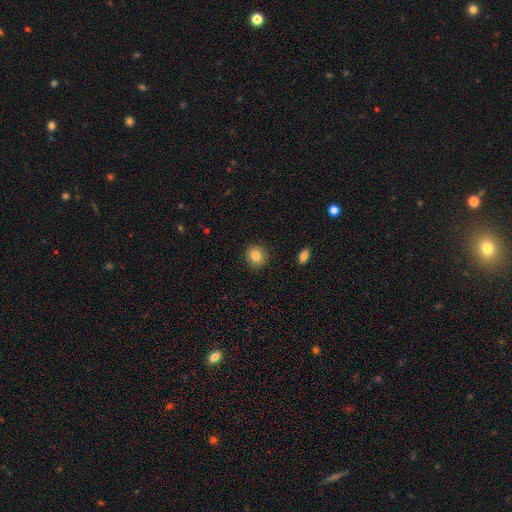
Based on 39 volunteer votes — smooth_or_featured: smooth (p=0.87) [alt: star or artifact p=0.08]
how_rounded: round (p=0.82) [alt: in between p=0.18]
merging: none (p=0.83) [alt: minor disturbance p=0.08]